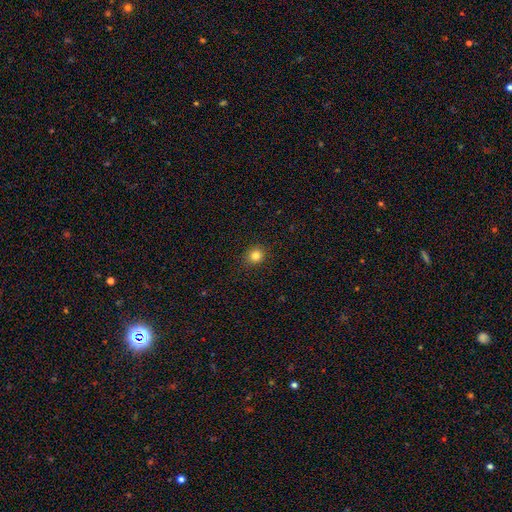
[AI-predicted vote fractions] Morphology: type=smooth (83%); roundness=round (86%); merging=none (91%).